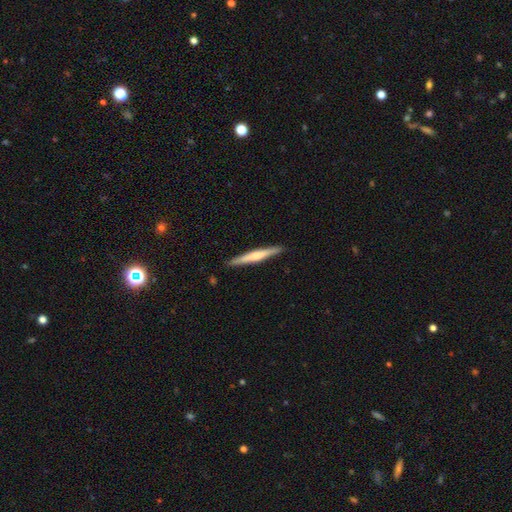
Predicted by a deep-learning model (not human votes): A featured or disk galaxy (49%).

Vote fractions:
- Smooth or featured? featured or disk: 49% / smooth: 46% / star or artifact: 5%
- Merging? none: 91% / minor disturbance: 7% / major disturbance: 1% / merger: 1%